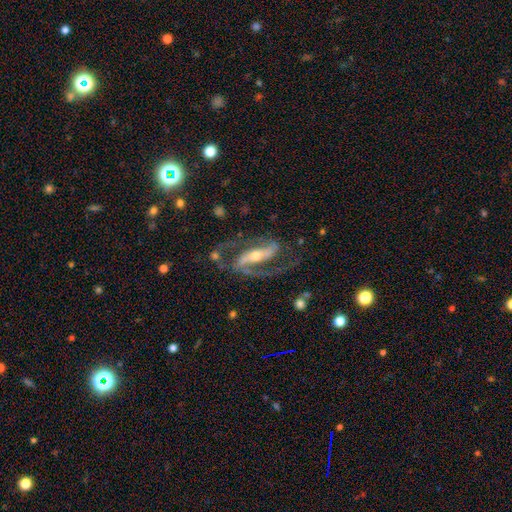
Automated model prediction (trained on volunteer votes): Smooth or featured? Predicted: featured or disk (p=0.91). Edge-on disk? Predicted: no (p=0.93). Bar? Predicted: strong (p=0.64). Spiral arms? Predicted: yes (p=0.97). Spiral winding? Predicted: medium (p=0.54). Spiral arm count? Predicted: 2 (p=0.91). Bulge size? Predicted: small (p=0.50). Merging? Predicted: none (p=0.66).